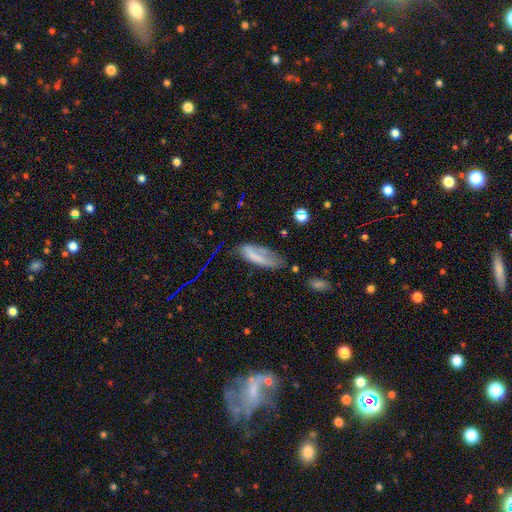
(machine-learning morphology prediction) smooth-or-featured: smooth: 60% | featured or disk: 30% | star or artifact: 10%
  how-rounded: in between: 54% | cigar-shaped: 45% | round: 2%
  merging: none: 37% | minor disturbance: 34% | major disturbance: 24% | merger: 6%